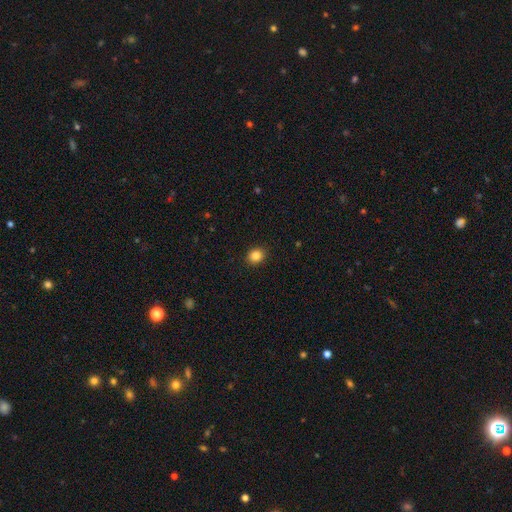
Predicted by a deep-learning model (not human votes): Smooth or featured? Predicted: smooth (p=0.85). How rounded? Predicted: round (p=0.70). Merging? Predicted: none (p=0.90).